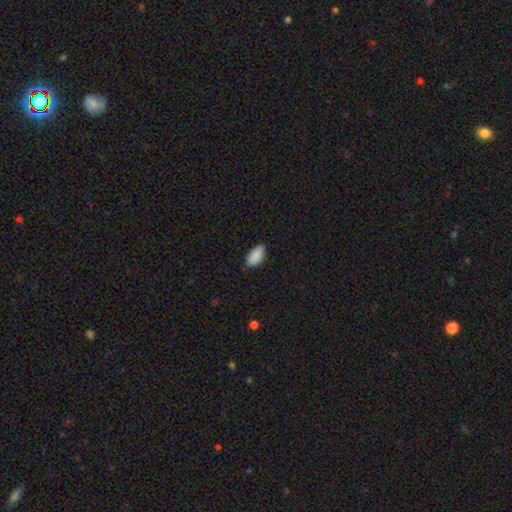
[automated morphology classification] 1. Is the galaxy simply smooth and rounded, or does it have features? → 89% smooth, 7% star or artifact, 5% featured or disk.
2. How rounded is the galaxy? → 93% in between, 5% cigar-shaped, 2% round.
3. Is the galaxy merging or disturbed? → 81% none, 16% minor disturbance, 2% major disturbance, 1% merger.